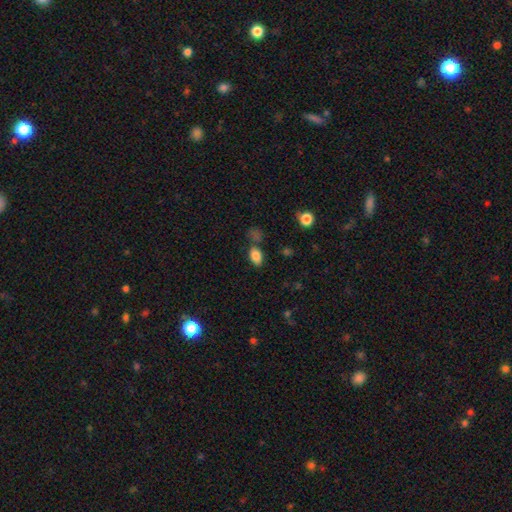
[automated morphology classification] Smooth or featured? smooth (83%)
How rounded? in between (89%)
Merging? none (67%)